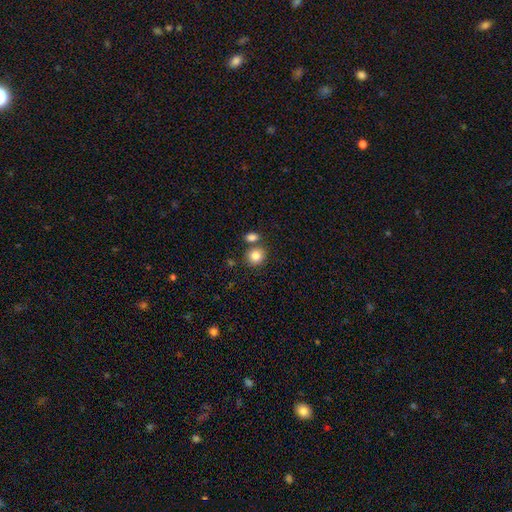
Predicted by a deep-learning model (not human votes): Smooth or featured?
  - smooth: 84% *
  - star or artifact: 10%
  - featured or disk: 6%
How rounded?
  - round: 80% *
  - in between: 19%
  - cigar-shaped: 1%
Merging?
  - none: 68% *
  - merger: 20%
  - minor disturbance: 9%
  - major disturbance: 3%